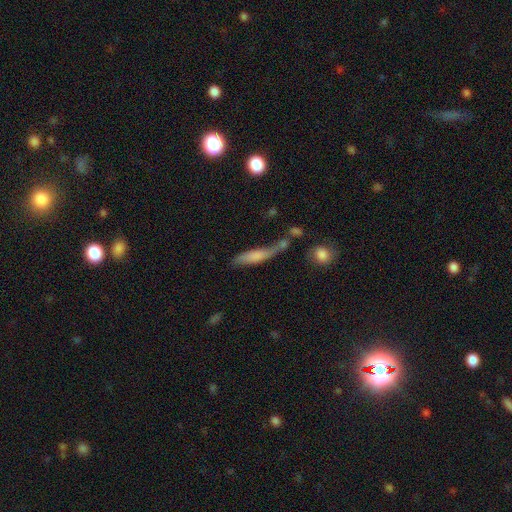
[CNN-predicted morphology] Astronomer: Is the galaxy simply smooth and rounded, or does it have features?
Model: smooth — 65%.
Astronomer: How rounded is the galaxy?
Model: cigar-shaped — 73%.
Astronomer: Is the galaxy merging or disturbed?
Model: none — 38% (runner-up: merger, 24%).